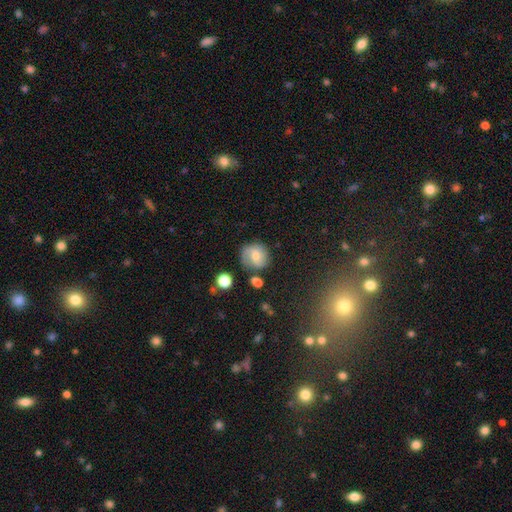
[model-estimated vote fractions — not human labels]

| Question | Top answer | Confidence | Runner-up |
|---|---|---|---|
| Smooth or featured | smooth | 63% | featured or disk (27%) |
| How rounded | round | 85% | in between (14%) |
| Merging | none | 66% | minor disturbance (21%) |